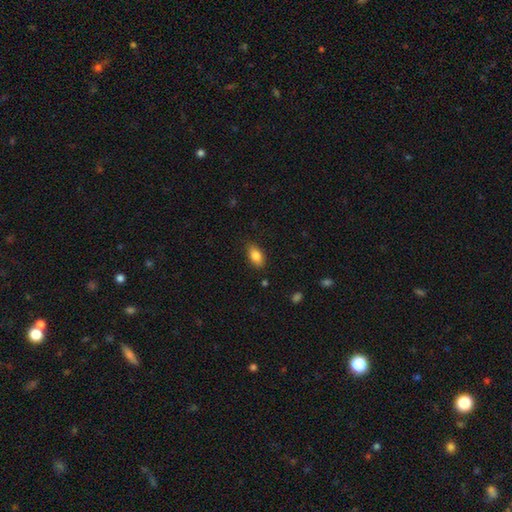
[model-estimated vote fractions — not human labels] smooth_or_featured: smooth (p=0.85) [alt: star or artifact p=0.08]
how_rounded: in between (p=0.90) [alt: round p=0.06]
merging: none (p=0.83) [alt: minor disturbance p=0.13]